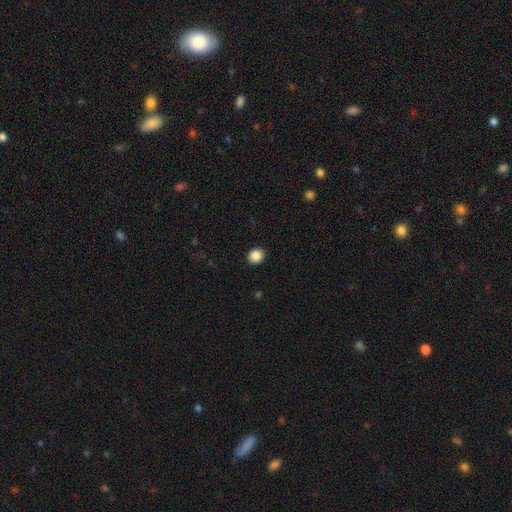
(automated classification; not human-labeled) Smooth or featured: smooth — 87% (star or artifact — 9%)
How rounded: round — 75% (in between — 24%)
Merging: none — 92% (minor disturbance — 6%)